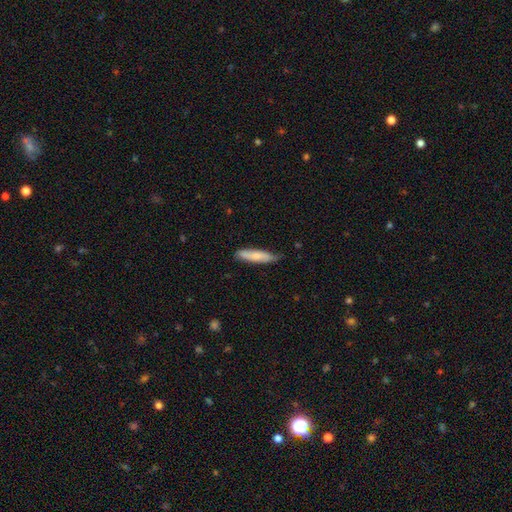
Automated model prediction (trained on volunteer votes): The model was most divided on "merging": none: 75%, minor disturbance: 21%, major disturbance: 3%, merger: 1%. More confident: how rounded — cigar-shaped (78%); smooth or featured — smooth (75%).